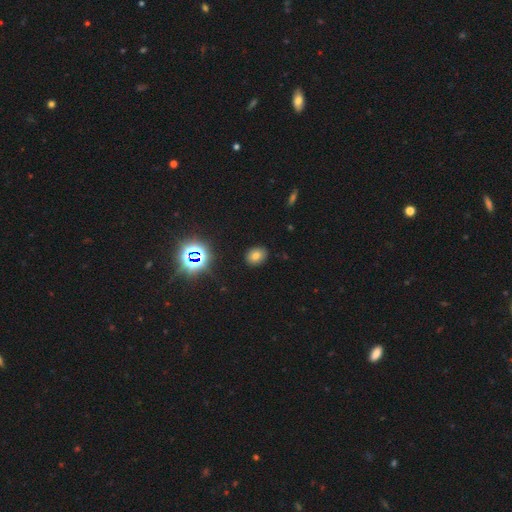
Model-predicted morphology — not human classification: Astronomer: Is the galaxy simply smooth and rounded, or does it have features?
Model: smooth — 72%.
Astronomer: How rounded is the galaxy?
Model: in between — 56% (runner-up: round, 43%).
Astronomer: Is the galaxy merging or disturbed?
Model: none — 88%.